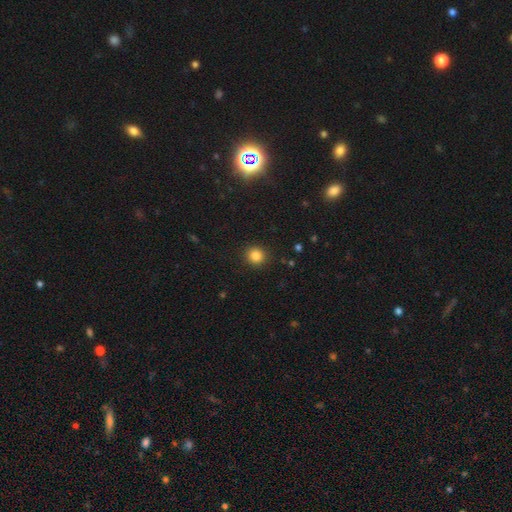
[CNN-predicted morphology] A smooth galaxy with no disk features (84%) that is round (89%). Merging: none (91%).